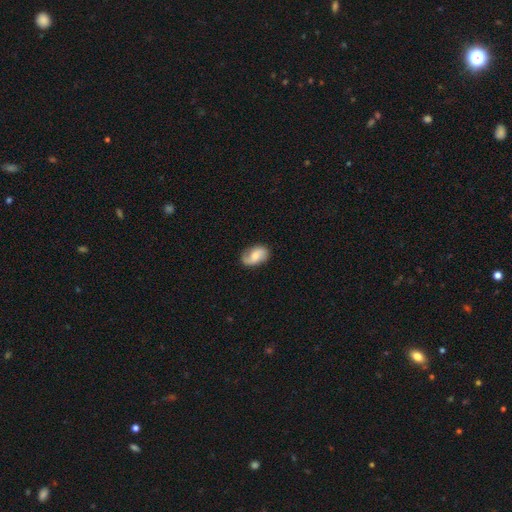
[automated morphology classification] Smooth or featured?
  - featured or disk: 53% *
  - smooth: 40%
  - star or artifact: 7%
Edge-on disk?
  - no: 96% *
  - yes: 4%
Bar?
  - no: 57% *
  - weak: 35%
  - strong: 8%
Spiral arms?
  - yes: 89% *
  - no: 11%
Bulge size?
  - moderate: 55% *
  - small: 33%
  - large: 6%
  - none: 4%
  - dominant: 1%
Merging?
  - none: 75% *
  - minor disturbance: 19%
  - major disturbance: 5%
  - merger: 1%